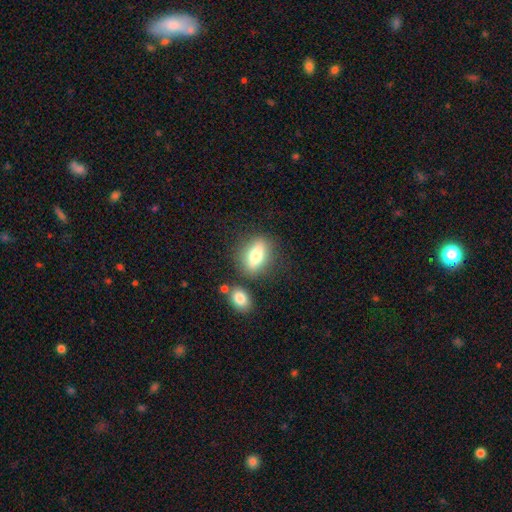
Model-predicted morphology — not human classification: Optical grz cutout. It shows a smooth galaxy with no disk features (68%) that is in between round and cigar-shaped (71%). Merging: none (76%).